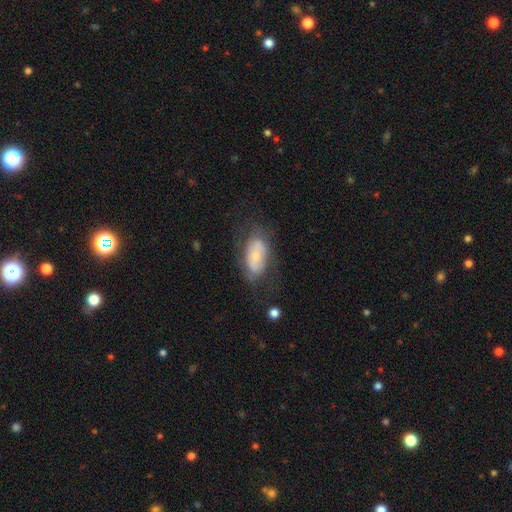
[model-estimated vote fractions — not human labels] smooth 49%, featured or disk 43%, star or artifact 7%. Down the decision tree: merging — none (61%).